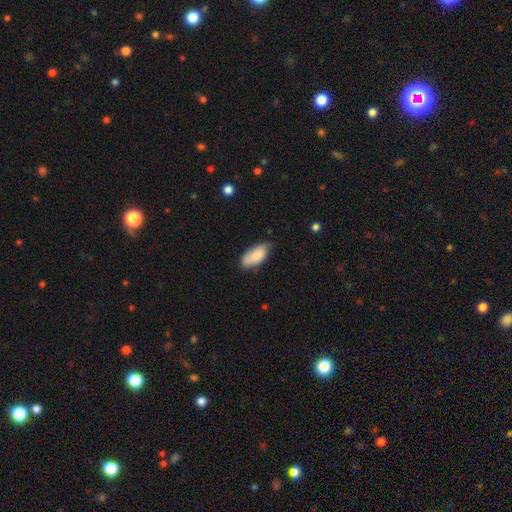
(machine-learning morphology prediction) A smooth galaxy with no disk features (81%) that is in between round and cigar-shaped (91%). Merging: none (53%).